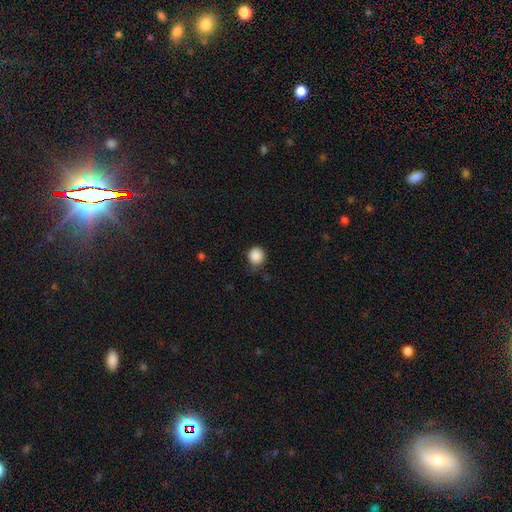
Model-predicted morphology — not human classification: smooth_or_featured: smooth (p=0.88) [alt: star or artifact p=0.09]
how_rounded: round (p=0.85) [alt: in between p=0.14]
merging: none (p=0.74) [alt: minor disturbance p=0.20]